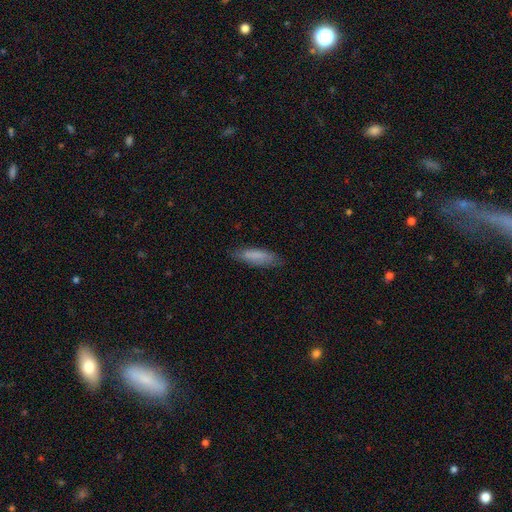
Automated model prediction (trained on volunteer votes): Smooth or featured? Predicted: smooth (p=0.78). How rounded? Predicted: cigar-shaped (p=0.64). Merging? Predicted: none (p=0.77).